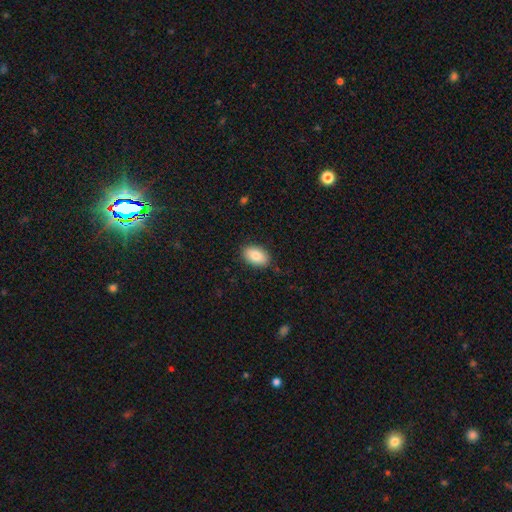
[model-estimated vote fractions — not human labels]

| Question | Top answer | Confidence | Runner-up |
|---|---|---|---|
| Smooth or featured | smooth | 86% | featured or disk (7%) |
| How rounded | in between | 91% | round (7%) |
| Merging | none | 88% | minor disturbance (9%) |